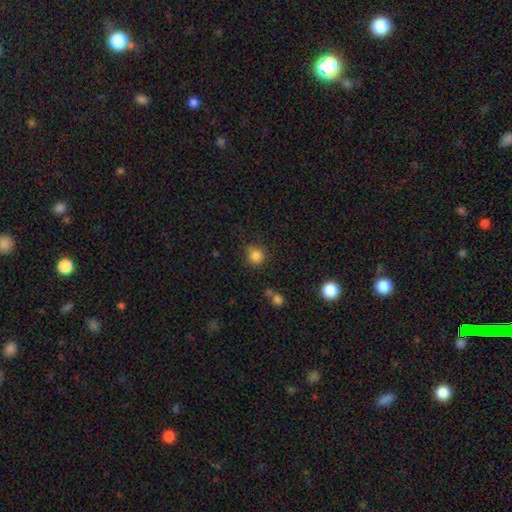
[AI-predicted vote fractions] A smooth galaxy with no disk features (83%) that is round (90%). Merging: none (74%).